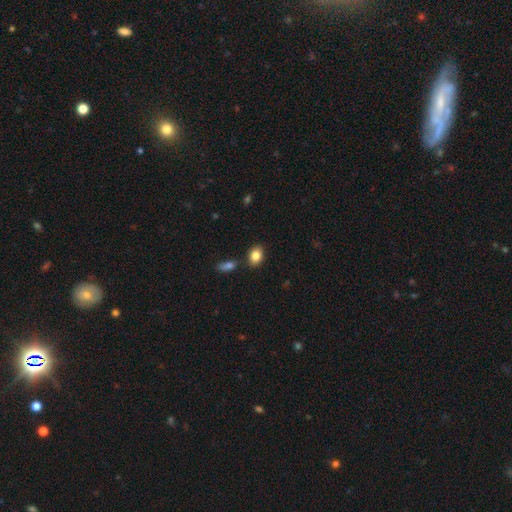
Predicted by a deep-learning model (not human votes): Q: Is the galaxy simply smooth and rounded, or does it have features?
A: smooth — 85%.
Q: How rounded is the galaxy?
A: in between — 77%.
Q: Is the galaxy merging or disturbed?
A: none — 80%.